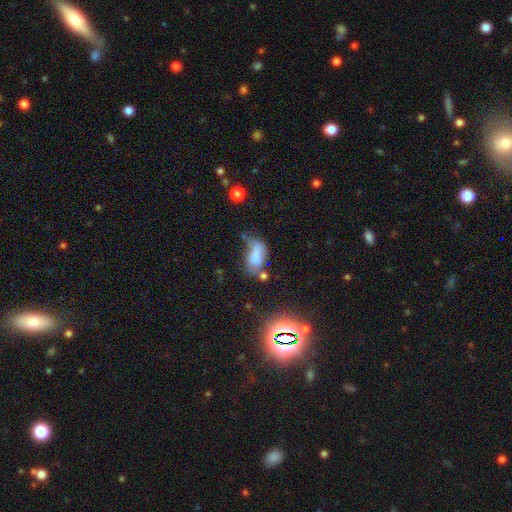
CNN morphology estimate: Smooth or featured? smooth (67%)
How rounded? in between (90%)
Merging? major disturbance (31%)